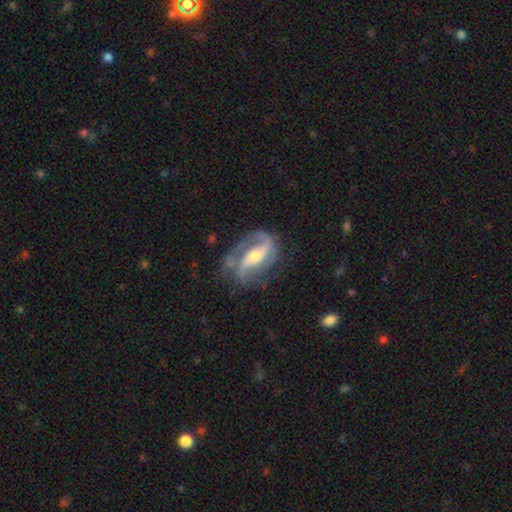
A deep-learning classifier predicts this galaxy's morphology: Smooth or featured? featured or disk (87%)
Edge-on disk? no (95%)
Bar? strong (48%)
Spiral arms? yes (95%)
Spiral winding? medium (48%)
Spiral arm count? 2 (81%)
Bulge size? moderate (61%)
Merging? none (64%)